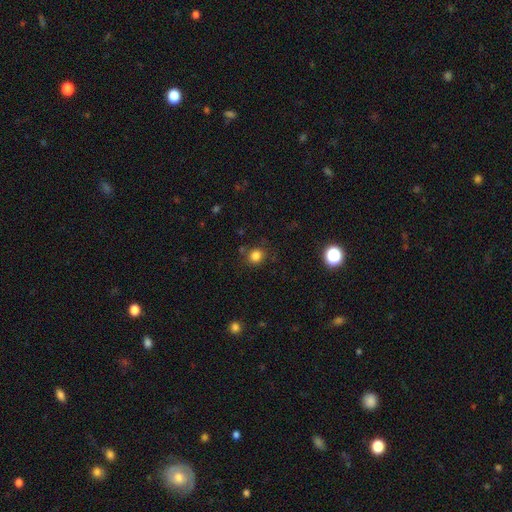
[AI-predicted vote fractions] A smooth galaxy with no disk features (81%) that is round (85%). Merging: none (82%).